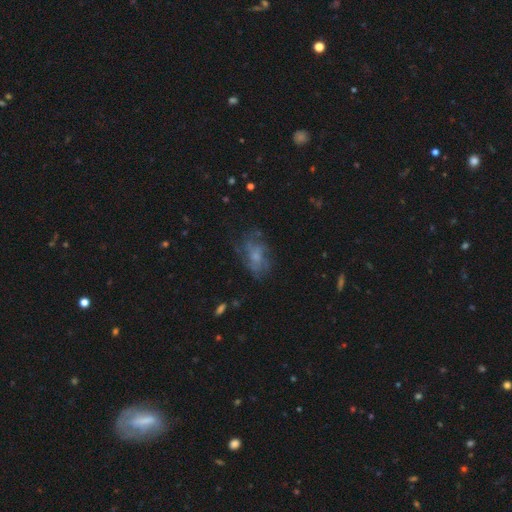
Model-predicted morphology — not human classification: smooth-or-featured: featured or disk: 54% | smooth: 33% | star or artifact: 13%
  disk-edge-on: no: 95% | yes: 5%
    bar: no: 76% | weak: 21% | strong: 3%
    has-spiral-arms: yes: 63% | no: 37%
    bulge-size: small: 40% | moderate: 33% | none: 20% | large: 5% | dominant: 1%
  merging: none: 60% | minor disturbance: 21% | major disturbance: 17% | merger: 2%